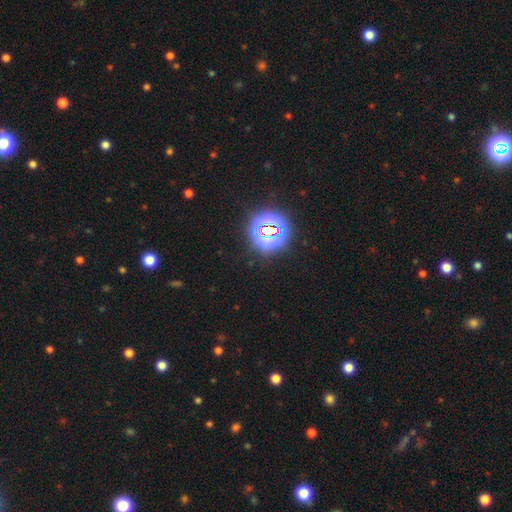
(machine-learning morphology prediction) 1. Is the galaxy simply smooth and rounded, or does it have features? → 83% star or artifact, 11% smooth, 6% featured or disk.